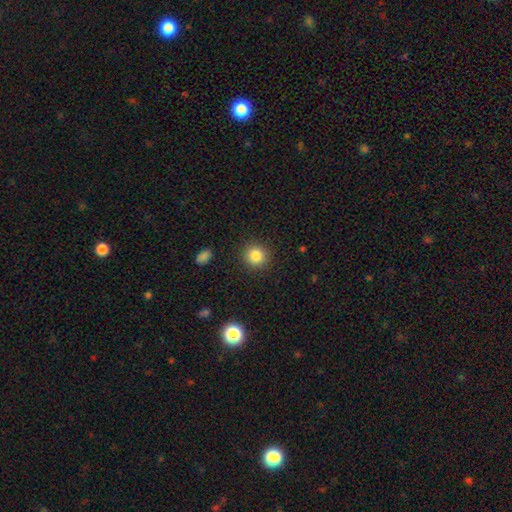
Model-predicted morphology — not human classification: Smooth or featured? smooth (84%)
How rounded? round (91%)
Merging? none (91%)